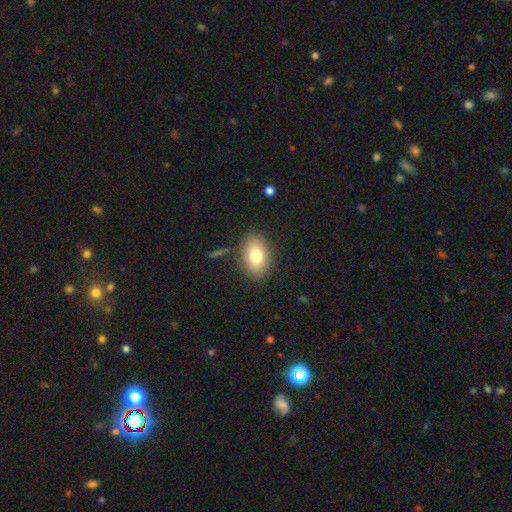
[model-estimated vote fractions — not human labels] A smooth galaxy with no disk features (78%) that is in between round and cigar-shaped (79%). Merging: none (84%).